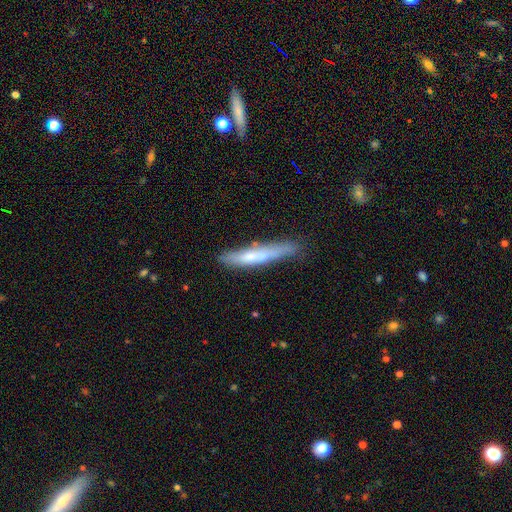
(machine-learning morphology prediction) Smooth or featured? Predicted: smooth (p=0.61). How rounded? Predicted: cigar-shaped (p=0.92). Merging? Predicted: none (p=0.68).